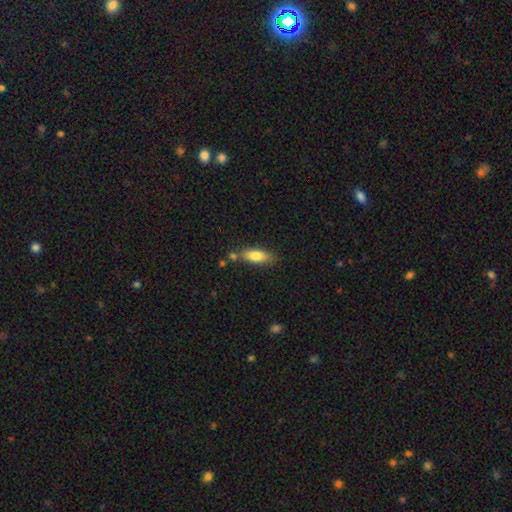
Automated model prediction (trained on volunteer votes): smooth 78%, featured or disk 15%, star or artifact 7%. Down the decision tree: how rounded — in between (71%); merging — none (71%).